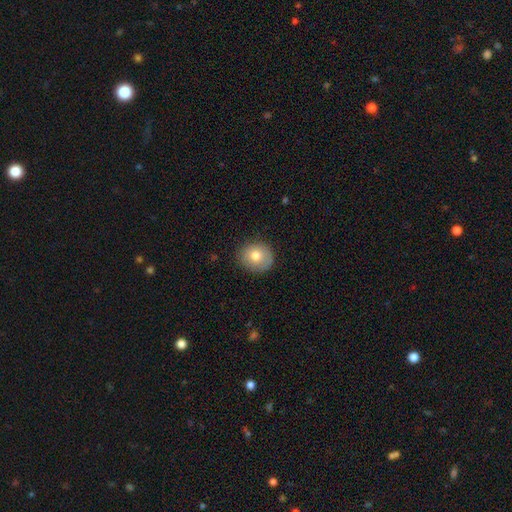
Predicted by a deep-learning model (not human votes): A smooth galaxy with no disk features (75%) that is round (81%).

Vote fractions:
- Smooth or featured? smooth: 75% / featured or disk: 15% / star or artifact: 9%
- How rounded? round: 81% / in between: 18% / cigar-shaped: 1%
- Merging? none: 84% / minor disturbance: 12% / major disturbance: 3% / merger: 1%